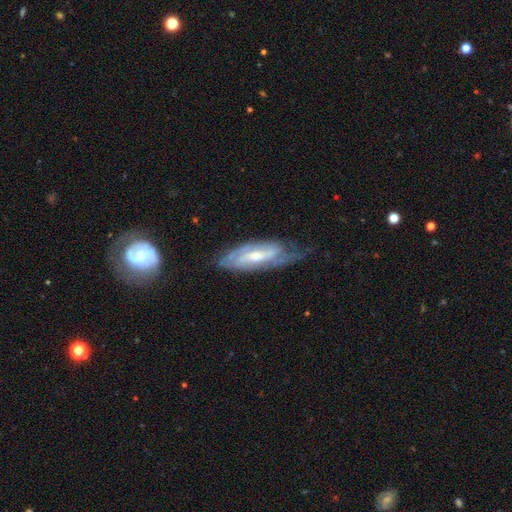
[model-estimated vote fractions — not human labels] Morphology: type=featured or disk (79%); edge-on=no (84%); bar=weak (45%); spiral arms=yes (92%); winding=tight (46%); arm count=2 (51%); bulge=moderate (50%); merging=none (59%).